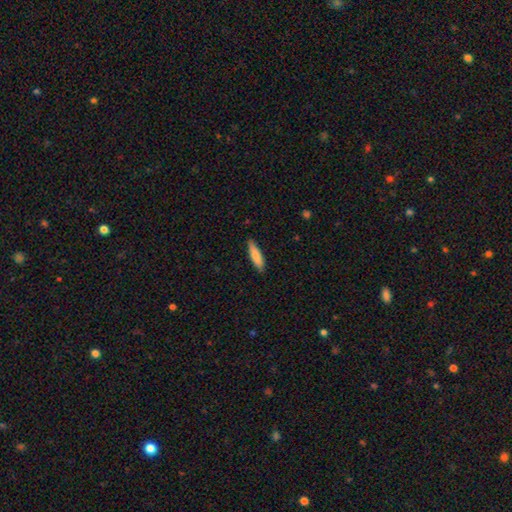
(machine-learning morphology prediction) Smooth or featured? smooth (86%)
How rounded? cigar-shaped (68%)
Merging? none (86%)